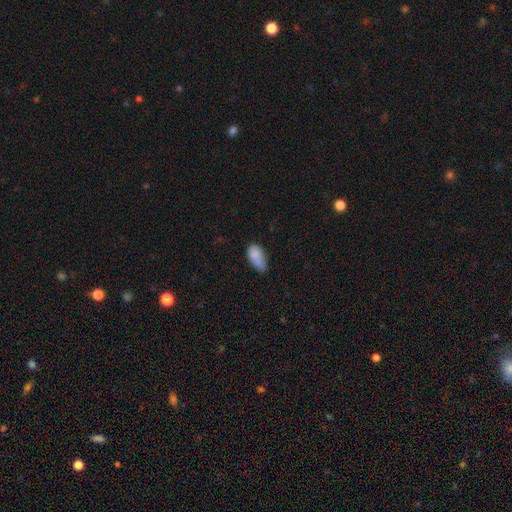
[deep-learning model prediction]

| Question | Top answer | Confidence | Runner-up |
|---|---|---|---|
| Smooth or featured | smooth | 84% | featured or disk (8%) |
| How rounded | in between | 93% | round (4%) |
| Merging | minor disturbance | 46% | none (40%) |